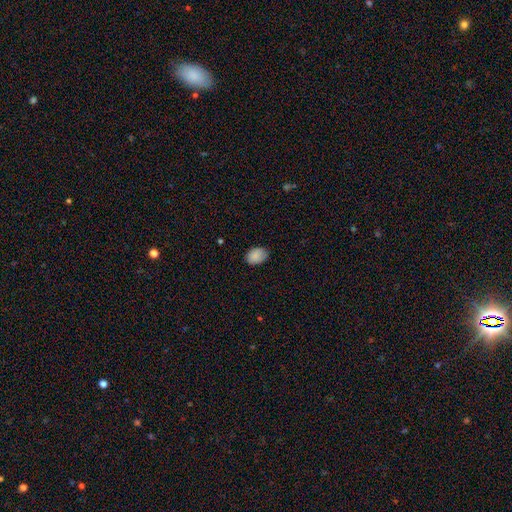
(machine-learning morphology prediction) Q: Smooth or featured?
A: smooth (87%); runner-up: star or artifact (8%)
Q: How rounded?
A: in between (75%); runner-up: round (24%)
Q: Merging?
A: none (76%); runner-up: minor disturbance (20%)